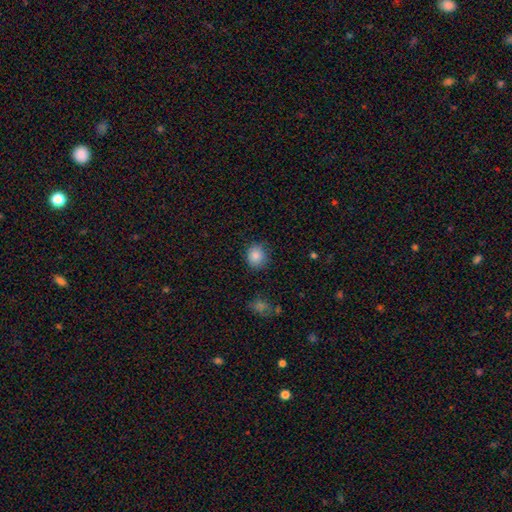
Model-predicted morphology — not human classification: smooth 85%, star or artifact 10%, featured or disk 5%. Down the decision tree: how rounded — round (83%); merging — none (84%).